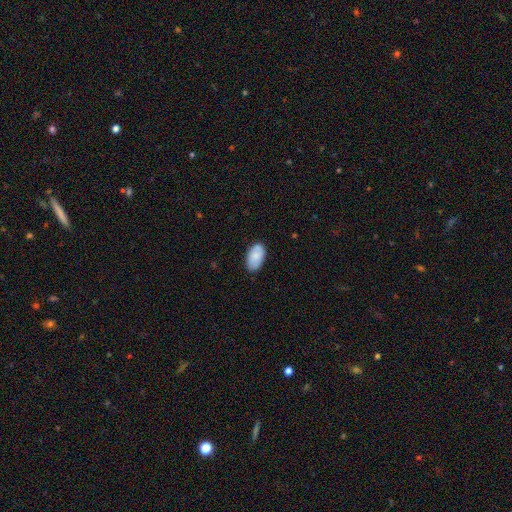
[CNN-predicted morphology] The model was most divided on "merging": none: 82%, minor disturbance: 14%, major disturbance: 2%, merger: 1%. More confident: how rounded — in between (95%); smooth or featured — smooth (85%).